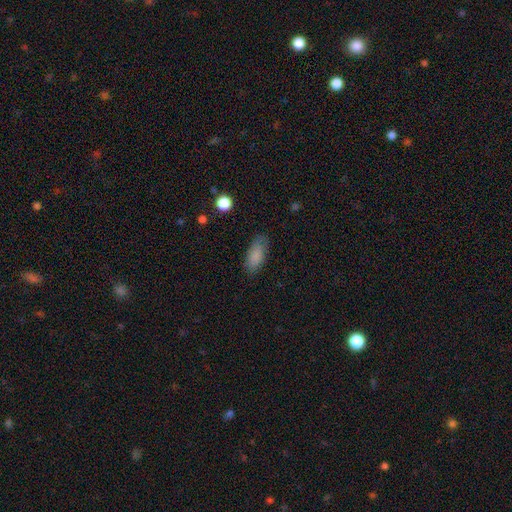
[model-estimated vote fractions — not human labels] smooth 85%, featured or disk 8%, star or artifact 7%. Down the decision tree: how rounded — in between (85%); merging — none (77%).